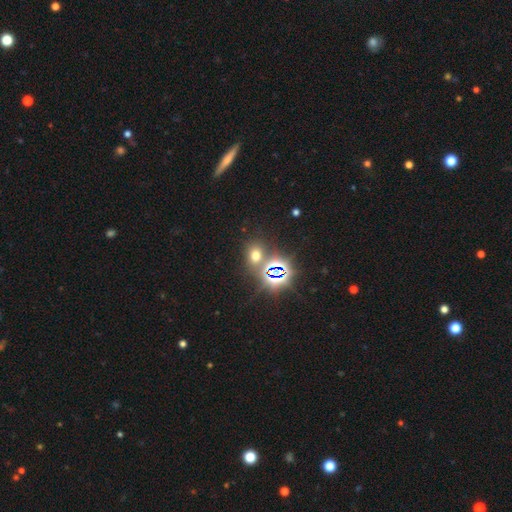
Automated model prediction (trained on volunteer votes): Q: Smooth or featured?
A: smooth (48%); runner-up: star or artifact (44%)
Q: Merging?
A: none (73%); runner-up: merger (13%)